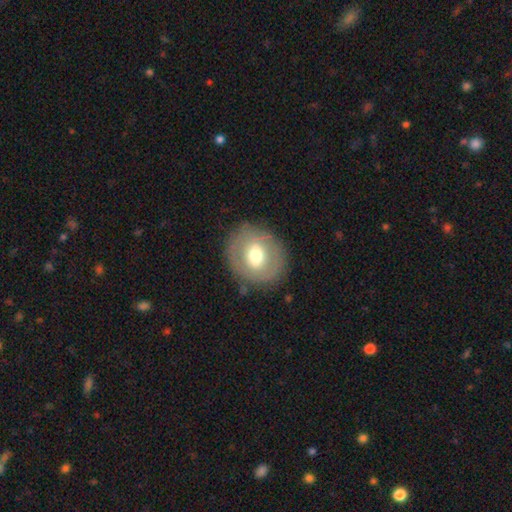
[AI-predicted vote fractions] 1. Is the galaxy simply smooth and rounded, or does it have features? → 50% smooth, 43% featured or disk, 7% star or artifact.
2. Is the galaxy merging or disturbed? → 80% none, 13% minor disturbance, 6% major disturbance, 1% merger.